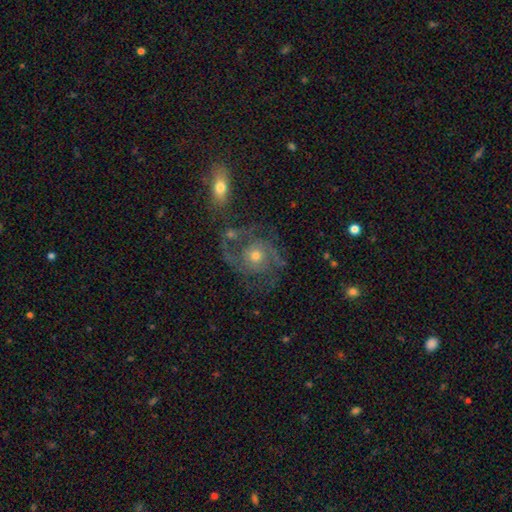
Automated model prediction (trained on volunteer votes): The model was most divided on "spiral winding": medium: 48%, tight: 36%, loose: 16%. More confident: edge-on disk — no (98%); spiral arms — yes (94%); smooth or featured — featured or disk (83%); bar — no (78%); spiral arm count — 2 (62%); merging — none (61%); bulge size — moderate (56%).